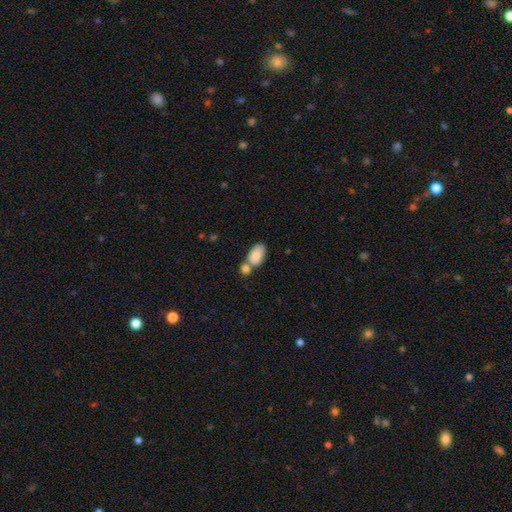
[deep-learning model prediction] Smooth or featured: smooth — 85% (featured or disk — 8%)
How rounded: in between — 93% (round — 6%)
Merging: none — 42% (merger — 41%)